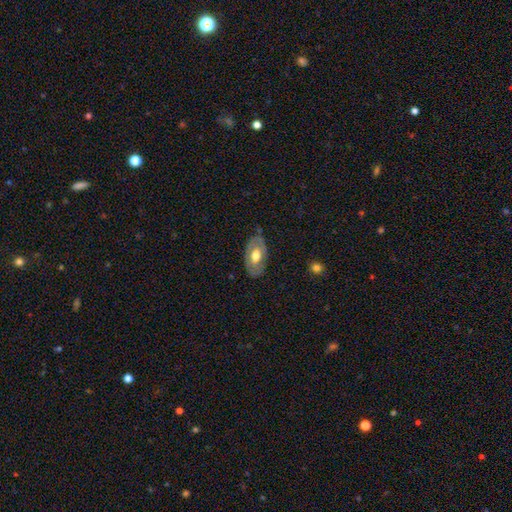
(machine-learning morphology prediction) smooth_or_featured: featured or disk (p=0.48) [alt: smooth p=0.46]
merging: none (p=0.77) [alt: minor disturbance p=0.17]